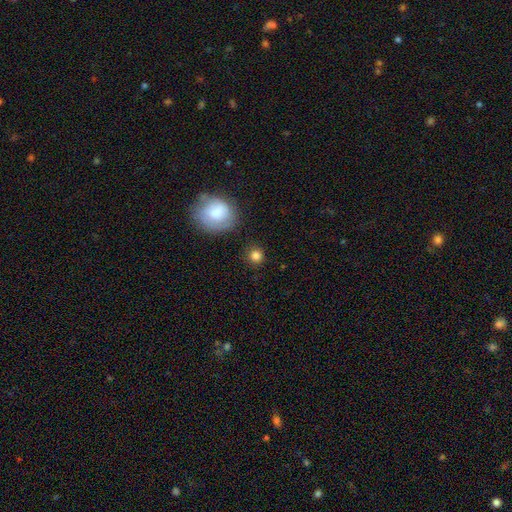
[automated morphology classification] The model was most divided on "smooth or featured": smooth: 84%, star or artifact: 10%, featured or disk: 6%. More confident: how rounded — round (92%); merging — none (86%).